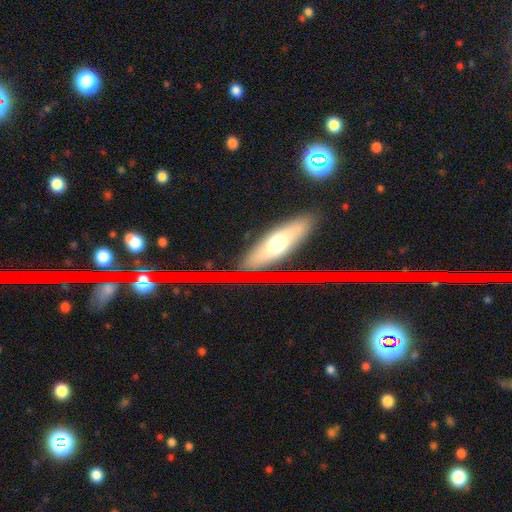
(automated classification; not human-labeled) Smooth or featured: smooth — 42% (featured or disk — 38%)
Merging: none — 81% (minor disturbance — 12%)